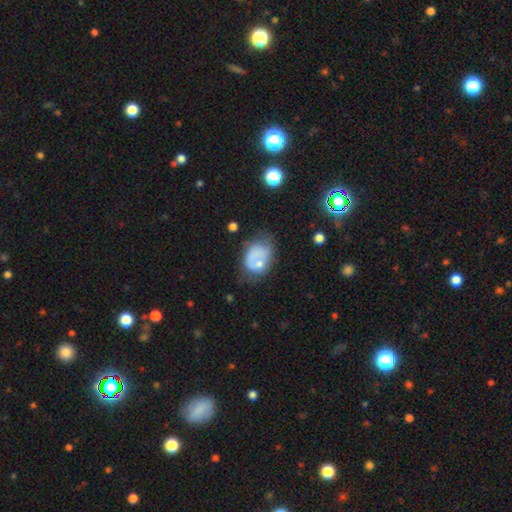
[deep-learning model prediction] A smooth galaxy with no disk features (53%) that is in between round and cigar-shaped (68%).

Vote fractions:
- Smooth or featured? smooth: 53% / featured or disk: 37% / star or artifact: 10%
- How rounded? in between: 68% / round: 31% / cigar-shaped: 1%
- Merging? none: 32% / minor disturbance: 29% / major disturbance: 27% / merger: 12%